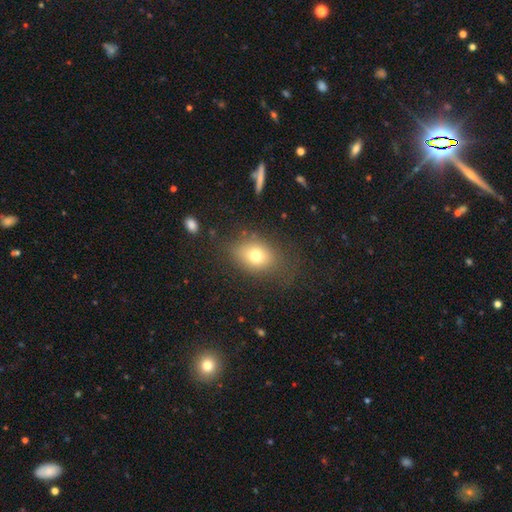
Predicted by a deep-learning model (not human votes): Smooth or featured? smooth (74%)
How rounded? in between (66%)
Merging? none (71%)